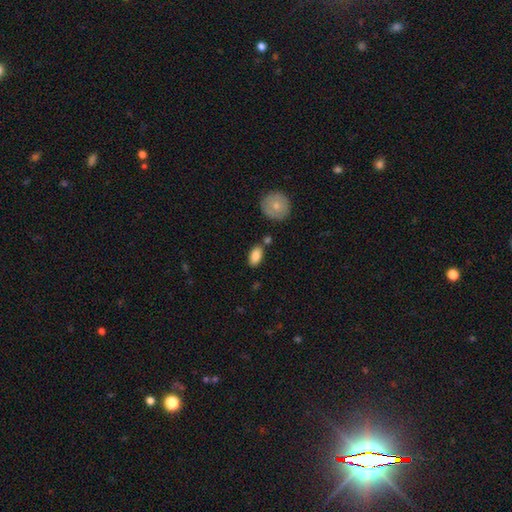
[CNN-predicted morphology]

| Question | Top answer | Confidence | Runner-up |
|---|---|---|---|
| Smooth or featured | smooth | 86% | featured or disk (8%) |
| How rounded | in between | 91% | round (5%) |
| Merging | none | 75% | minor disturbance (14%) |